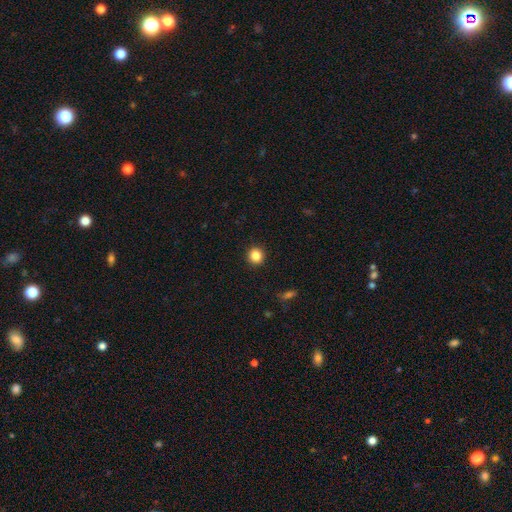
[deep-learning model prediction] This appears to be a smooth galaxy with no disk features (86%) that is round (92%). Merging: none (92%).